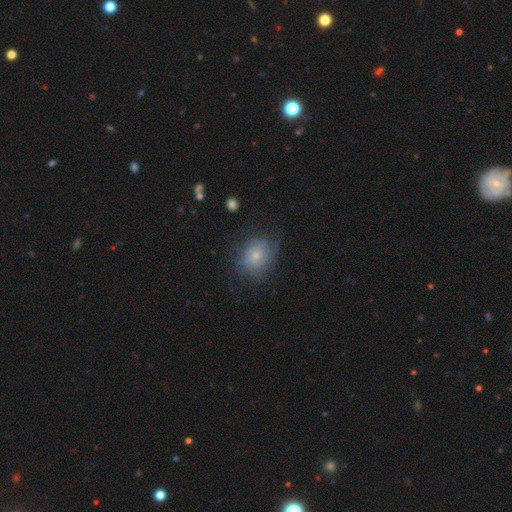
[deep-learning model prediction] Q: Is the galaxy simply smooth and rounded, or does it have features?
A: smooth — 53%.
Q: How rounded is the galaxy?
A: round — 57%.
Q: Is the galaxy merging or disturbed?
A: none — 58%.